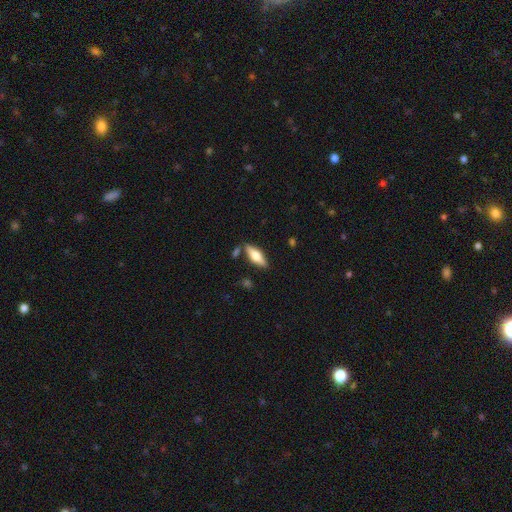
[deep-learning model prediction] The model was most divided on "smooth or featured": smooth: 49%, featured or disk: 44%, star or artifact: 6%. More confident: merging — none (80%).